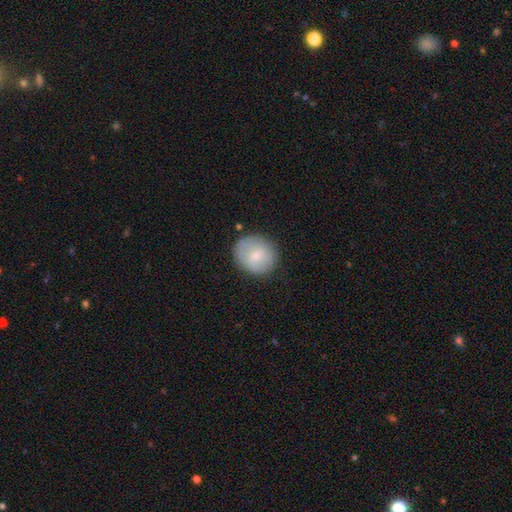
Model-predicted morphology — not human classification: This appears to be a smooth galaxy with no disk features (75%) that is round (84%). Merging: none (82%).